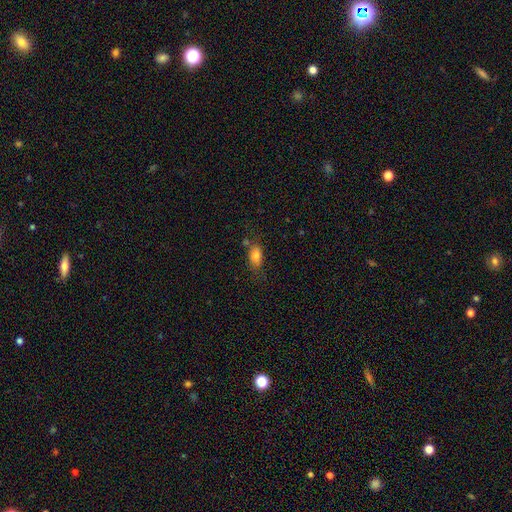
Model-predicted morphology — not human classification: Smooth or featured?
  - smooth: 80% *
  - featured or disk: 11%
  - star or artifact: 10%
How rounded?
  - in between: 83% *
  - round: 10%
  - cigar-shaped: 6%
Merging?
  - none: 61% *
  - minor disturbance: 22%
  - merger: 9%
  - major disturbance: 8%